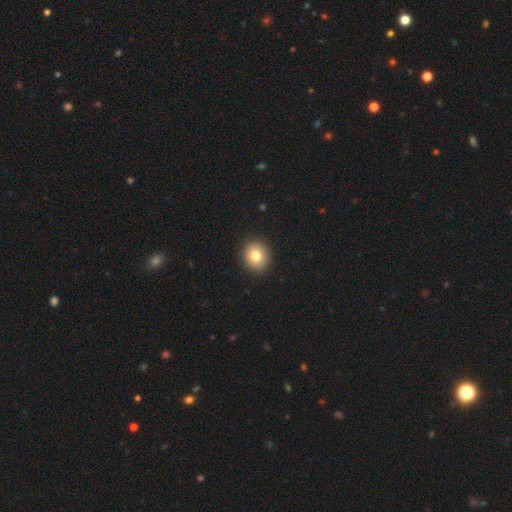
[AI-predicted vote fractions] smooth 81%, star or artifact 10%, featured or disk 9%. Down the decision tree: how rounded — round (73%); merging — none (91%).